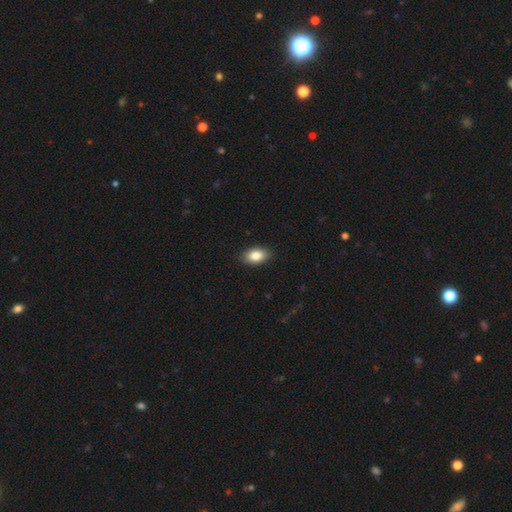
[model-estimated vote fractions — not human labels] The model was most divided on "smooth or featured": smooth: 85%, featured or disk: 8%, star or artifact: 7%. More confident: how rounded — in between (91%); merging — none (89%).